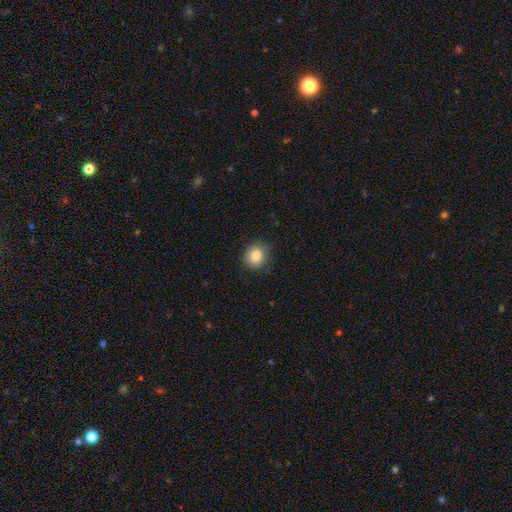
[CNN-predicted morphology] Smooth or featured: smooth — 85% (star or artifact — 9%)
How rounded: round — 73% (in between — 26%)
Merging: none — 82% (minor disturbance — 14%)